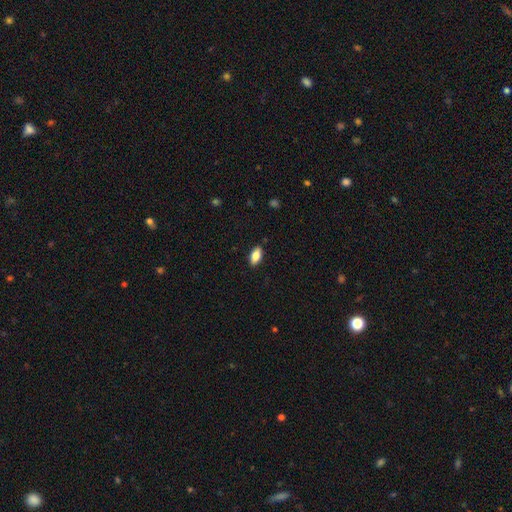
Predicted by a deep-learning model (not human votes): smooth 83%, featured or disk 9%, star or artifact 7%. Down the decision tree: how rounded — in between (89%); merging — none (88%).